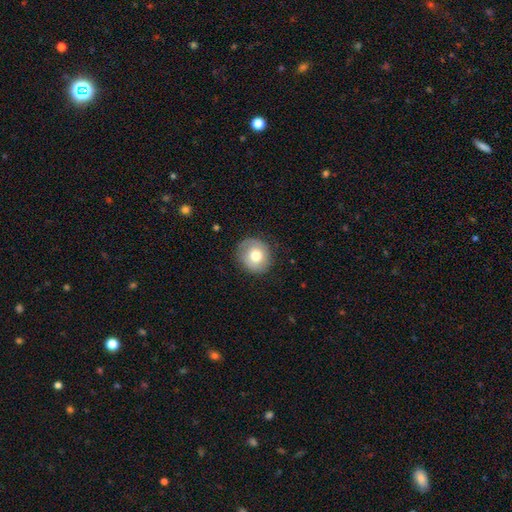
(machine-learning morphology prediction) type=smooth (70%); roundness=round (84%); merging=none (81%).